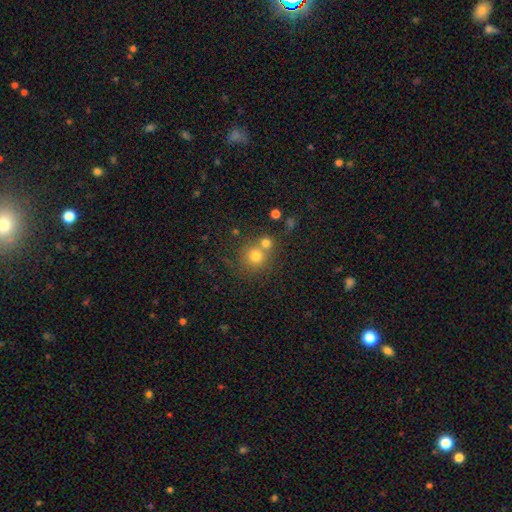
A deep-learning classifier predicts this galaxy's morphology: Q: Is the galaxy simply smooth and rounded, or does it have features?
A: smooth — 74%.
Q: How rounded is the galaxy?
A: round — 88%.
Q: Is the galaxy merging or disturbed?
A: none — 53%.